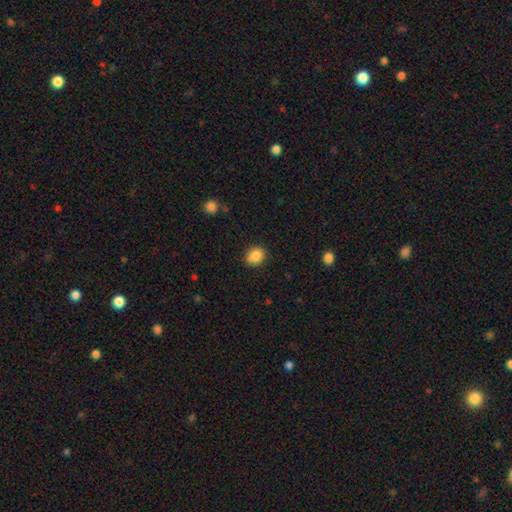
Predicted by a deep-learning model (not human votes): Smooth or featured? smooth (85%)
How rounded? round (80%)
Merging? none (78%)